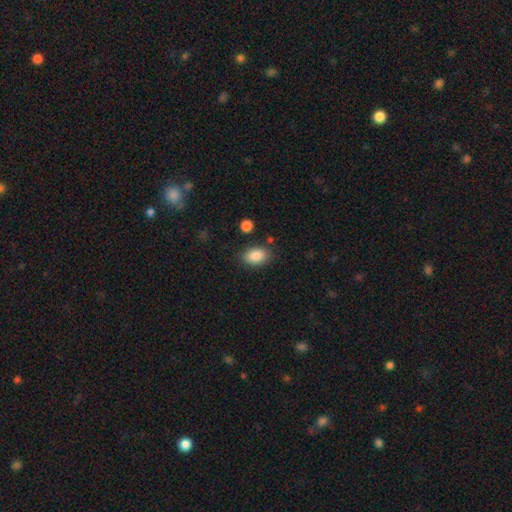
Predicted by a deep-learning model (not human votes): smooth_or_featured: smooth (p=0.87) [alt: star or artifact p=0.08]
how_rounded: in between (p=0.86) [alt: round p=0.12]
merging: none (p=0.80) [alt: minor disturbance p=0.13]